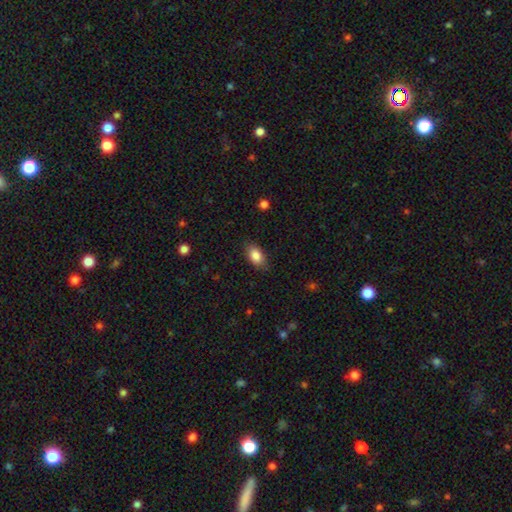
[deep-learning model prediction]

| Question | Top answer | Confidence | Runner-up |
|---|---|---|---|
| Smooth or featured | smooth | 85% | star or artifact (8%) |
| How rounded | in between | 89% | round (9%) |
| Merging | none | 84% | minor disturbance (12%) |